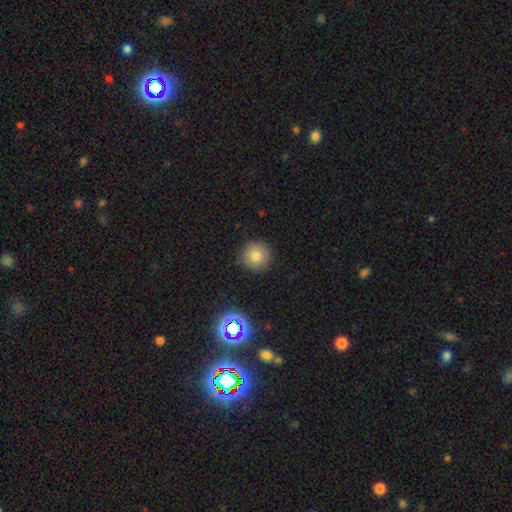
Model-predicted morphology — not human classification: smooth-or-featured: smooth: 80% | star or artifact: 13% | featured or disk: 7%
  how-rounded: round: 95% | in between: 4% | cigar-shaped: 1%
  merging: none: 90% | minor disturbance: 7% | major disturbance: 2% | merger: 1%